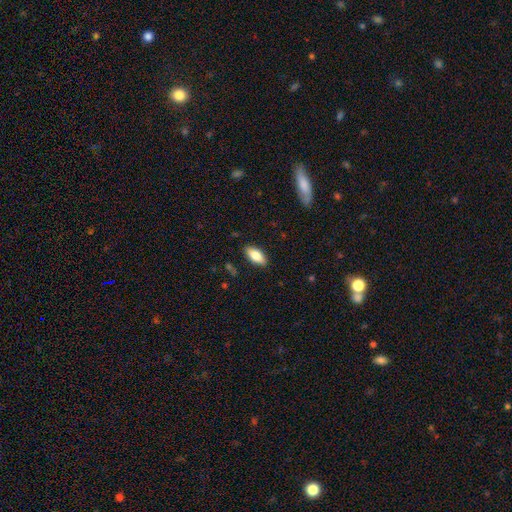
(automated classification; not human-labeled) smooth 78%, featured or disk 16%, star or artifact 7%. Down the decision tree: how rounded — in between (87%); merging — none (87%).